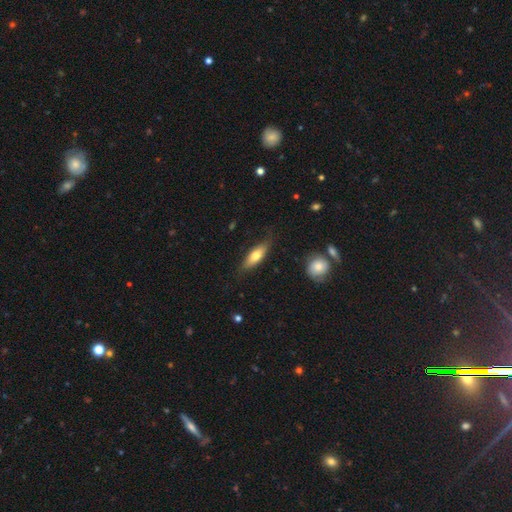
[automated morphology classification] smooth-or-featured: smooth: 65% | featured or disk: 29% | star or artifact: 6%
  how-rounded: in between: 54% | cigar-shaped: 43% | round: 3%
  merging: none: 77% | minor disturbance: 17% | major disturbance: 4% | merger: 2%